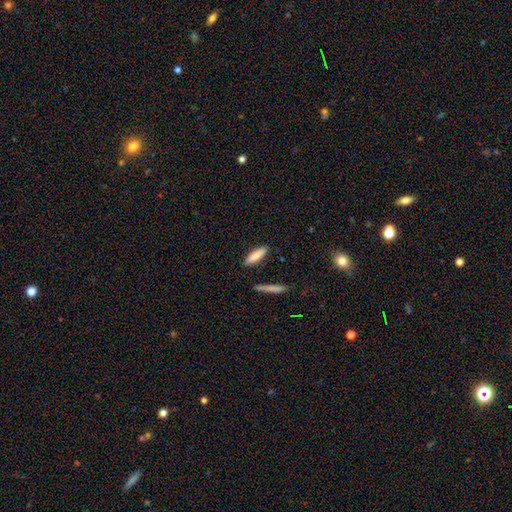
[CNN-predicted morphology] Smooth or featured: smooth — 84% (featured or disk — 10%)
How rounded: cigar-shaped — 58% (in between — 40%)
Merging: none — 85% (minor disturbance — 10%)